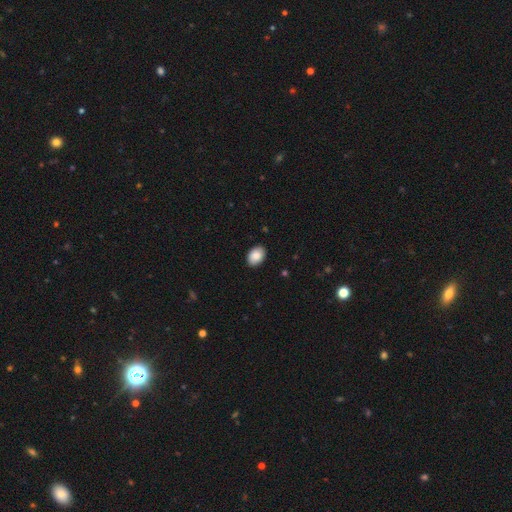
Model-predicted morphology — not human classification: type=smooth (89%); roundness=in between (82%); merging=none (89%).